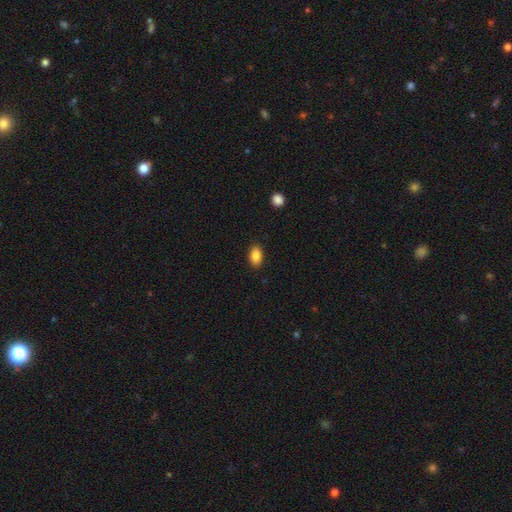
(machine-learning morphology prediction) This appears to be a smooth galaxy with no disk features (86%) that is in between round and cigar-shaped (88%). Merging: none (89%).